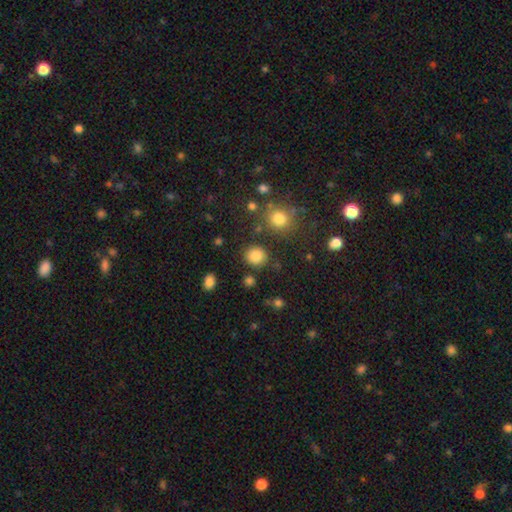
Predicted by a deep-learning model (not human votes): Smooth or featured: smooth — 82% (star or artifact — 12%)
How rounded: round — 83% (in between — 16%)
Merging: none — 85% (minor disturbance — 8%)